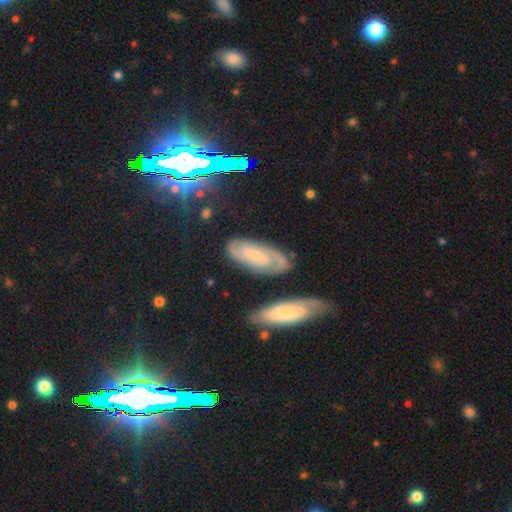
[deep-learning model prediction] featured or disk 68%, smooth 20%, star or artifact 12%. Down the decision tree: edge-on disk — no (92%); bar — no (60%); spiral arms — yes (93%); spiral arm count — 2 (65%); spiral winding — tight (60%); bulge size — small (70%); merging — none (76%).